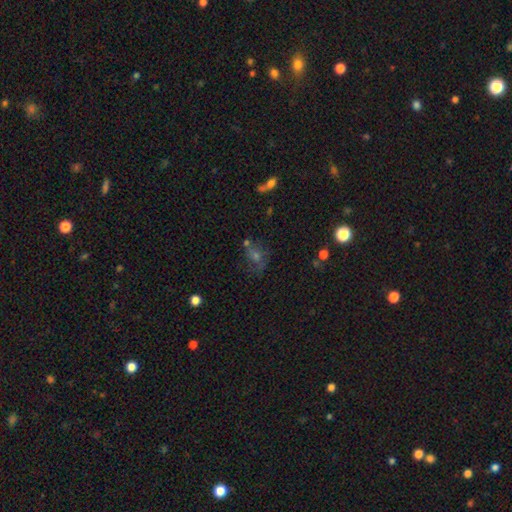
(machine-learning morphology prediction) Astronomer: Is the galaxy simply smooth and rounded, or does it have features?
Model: star or artifact — 36% (runner-up: smooth, 35%).